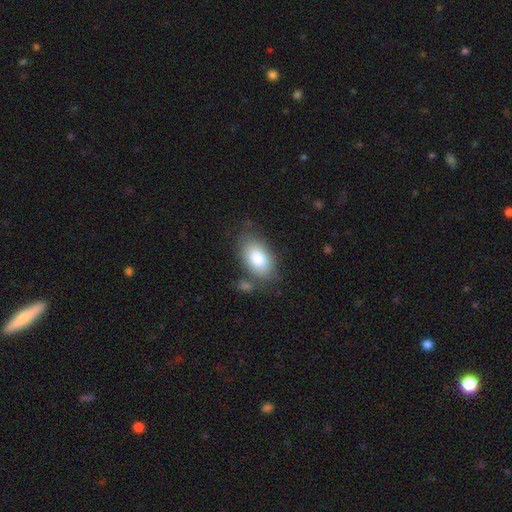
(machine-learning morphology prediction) This appears to be a smooth galaxy with no disk features (82%) that is in between round and cigar-shaped (92%). Merging: none (72%).